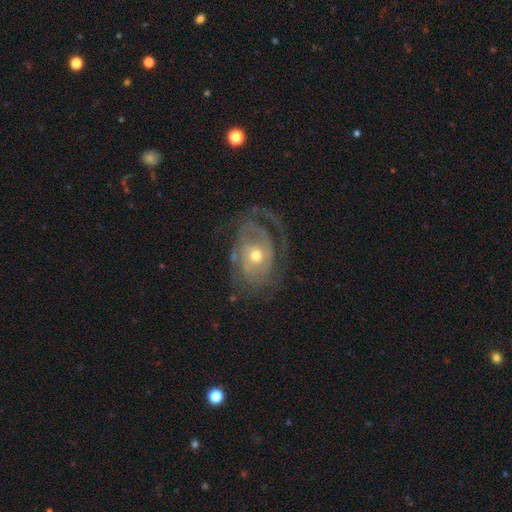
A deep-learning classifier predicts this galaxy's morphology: This appears to be a featured or disk galaxy (81%) with no bar (75%), 2 (33%) tight (53%) spiral arms (85%) and a moderate central bulge (57%). Merging: none (56%).